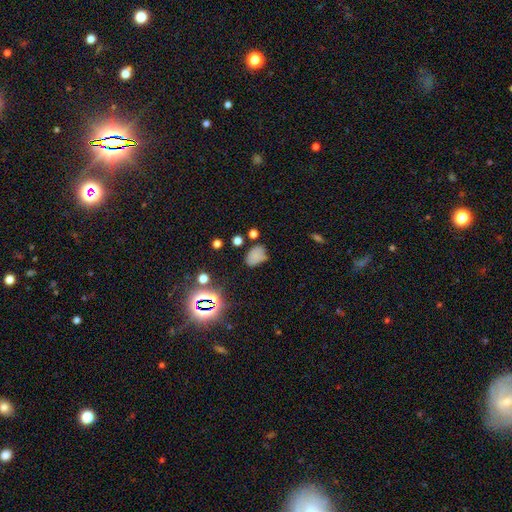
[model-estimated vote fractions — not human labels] smooth-or-featured: smooth: 72% | star or artifact: 20% | featured or disk: 9%
  how-rounded: in between: 83% | round: 16% | cigar-shaped: 1%
  merging: none: 64% | minor disturbance: 23% | major disturbance: 7% | merger: 6%